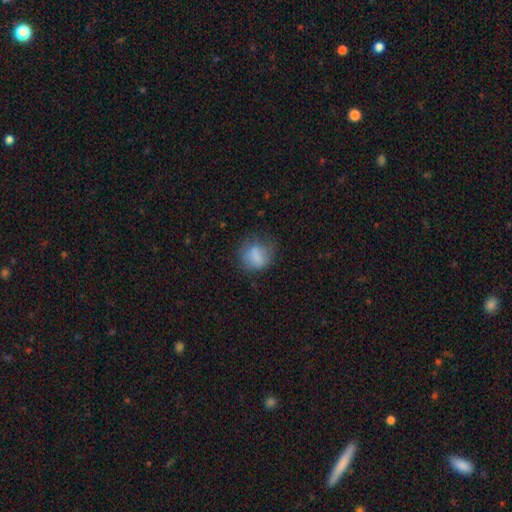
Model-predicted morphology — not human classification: Smooth or featured? smooth (78%)
How rounded? round (62%)
Merging? none (58%)